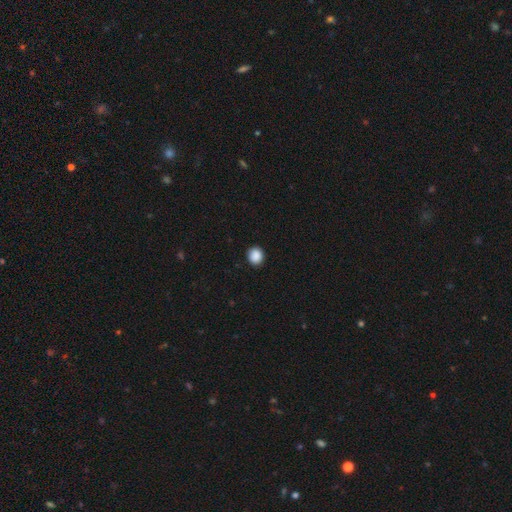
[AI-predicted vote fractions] Smooth or featured? smooth (89%)
How rounded? round (80%)
Merging? none (91%)